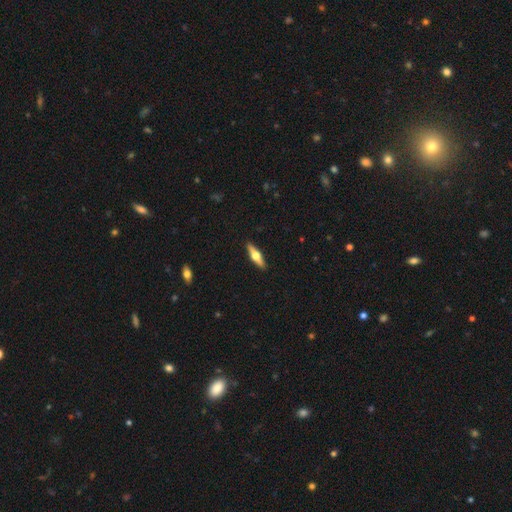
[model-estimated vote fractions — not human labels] A featured or disk galaxy (64%) viewed edge-on (96%) with a rounded central bulge (96%). Merging: none (91%).